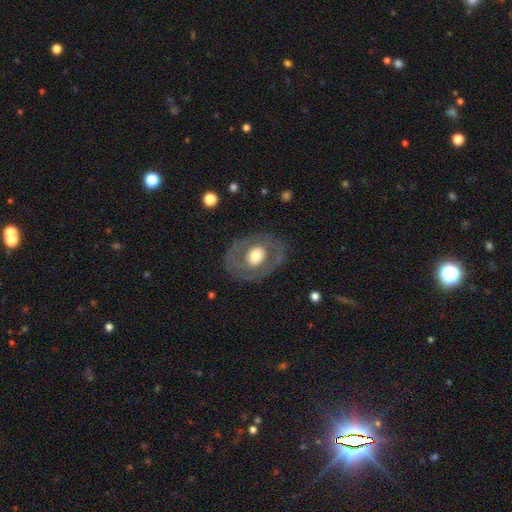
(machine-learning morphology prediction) Smooth or featured? featured or disk (53%)
Edge-on disk? no (94%)
Merging? none (78%)